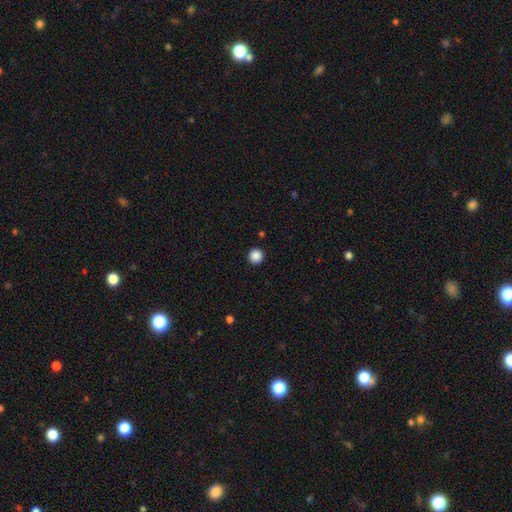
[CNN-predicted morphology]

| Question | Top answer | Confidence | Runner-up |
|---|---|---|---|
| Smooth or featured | smooth | 88% | star or artifact (10%) |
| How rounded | round | 96% | in between (3%) |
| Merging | none | 93% | minor disturbance (4%) |